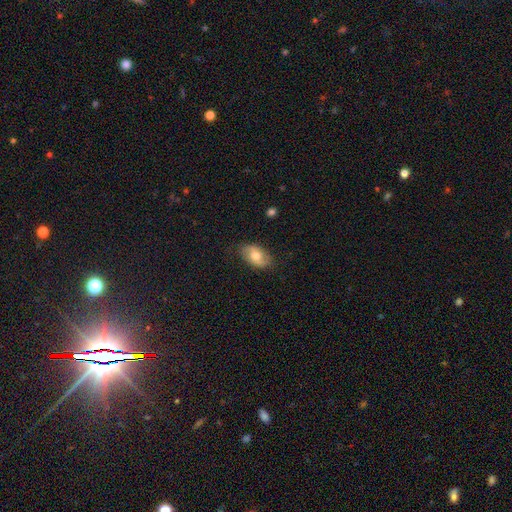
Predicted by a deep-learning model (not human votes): Smooth or featured? smooth (56%)
How rounded? in between (90%)
Merging? none (79%)